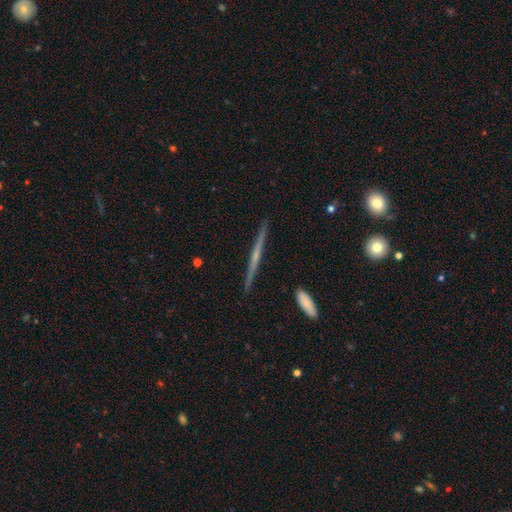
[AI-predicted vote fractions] A featured or disk galaxy (75%) viewed edge-on (98%) with a rounded central bulge (56%).

Vote fractions:
- Smooth or featured? featured or disk: 75% / smooth: 19% / star or artifact: 6%
- Edge-on disk? yes: 98% / no: 2%
- Edge-on bulge? rounded: 56% / none: 36% / boxy: 8%
- Merging? none: 91% / minor disturbance: 6% / major disturbance: 1% / merger: 1%